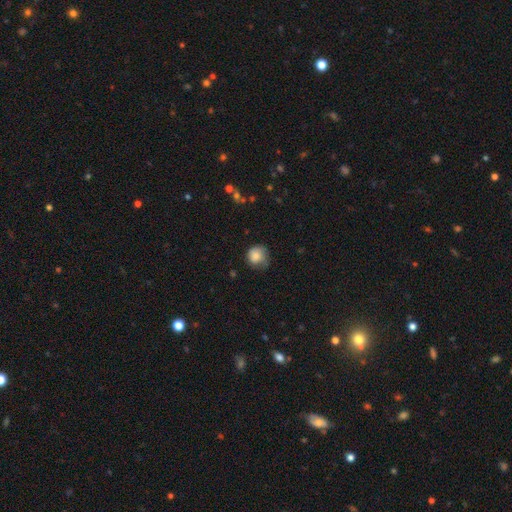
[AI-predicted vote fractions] The model was most divided on "merging": none: 48%, minor disturbance: 35%, major disturbance: 15%, merger: 2%. More confident: how rounded — round (82%); smooth or featured — smooth (81%).